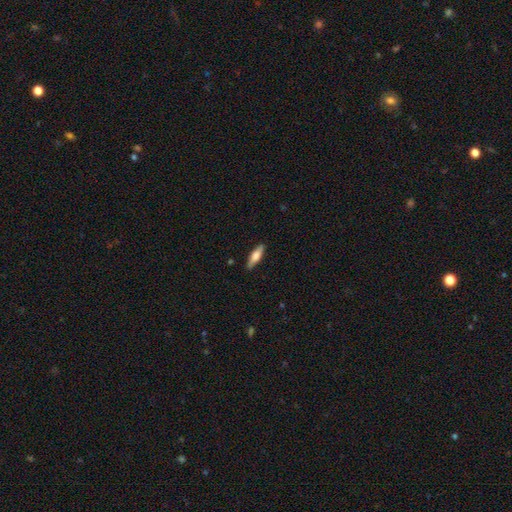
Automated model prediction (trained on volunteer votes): The model was most divided on "how rounded": cigar-shaped: 59%, in between: 39%, round: 2%. More confident: merging — none (87%); smooth or featured — smooth (64%).